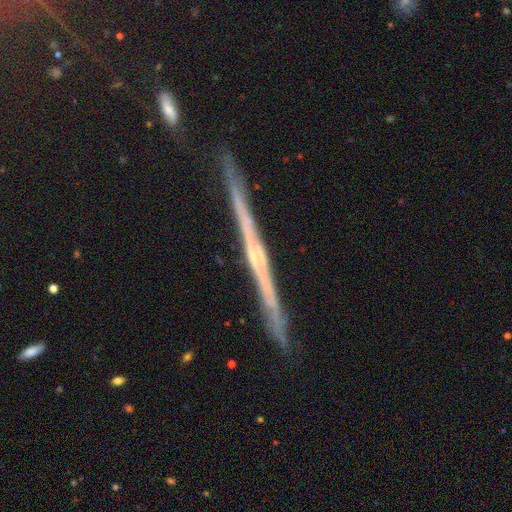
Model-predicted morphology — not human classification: Q: Smooth or featured?
A: featured or disk (82%); runner-up: smooth (10%)
Q: Edge-on disk?
A: yes (98%); runner-up: no (2%)
Q: Edge-on bulge?
A: rounded (58%); runner-up: none (33%)
Q: Merging?
A: none (89%); runner-up: minor disturbance (8%)